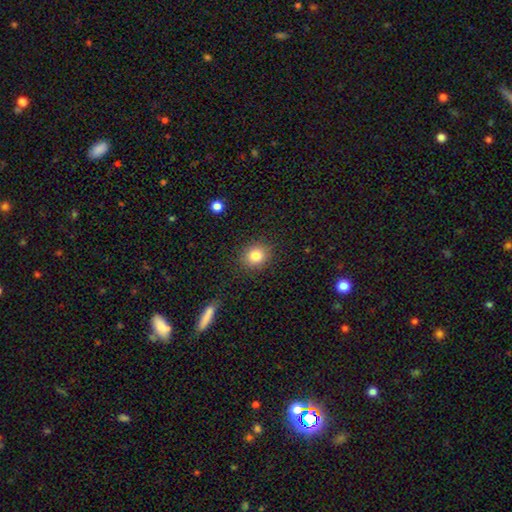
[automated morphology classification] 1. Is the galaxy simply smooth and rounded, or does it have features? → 82% smooth, 11% star or artifact, 7% featured or disk.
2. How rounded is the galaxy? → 82% round, 17% in between, 1% cigar-shaped.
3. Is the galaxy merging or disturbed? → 88% none, 8% minor disturbance, 3% major disturbance, 1% merger.